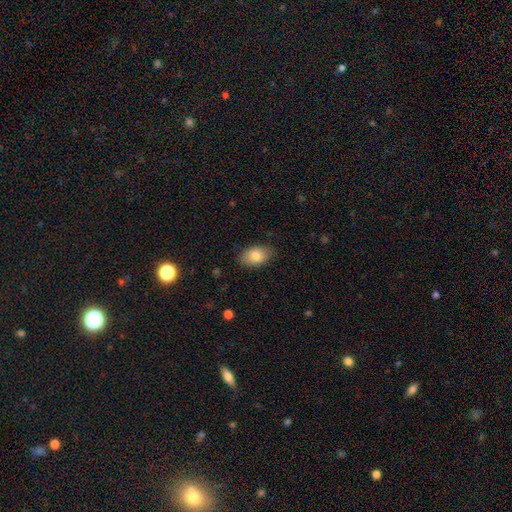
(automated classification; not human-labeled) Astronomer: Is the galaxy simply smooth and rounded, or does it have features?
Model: smooth — 83%.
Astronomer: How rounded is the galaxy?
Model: in between — 91%.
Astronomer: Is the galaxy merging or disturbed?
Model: none — 83%.